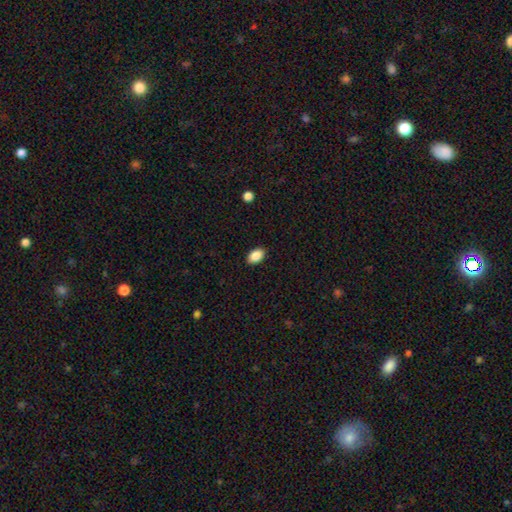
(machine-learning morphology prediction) A smooth galaxy with no disk features (88%) that is in between round and cigar-shaped (90%). Merging: none (89%).